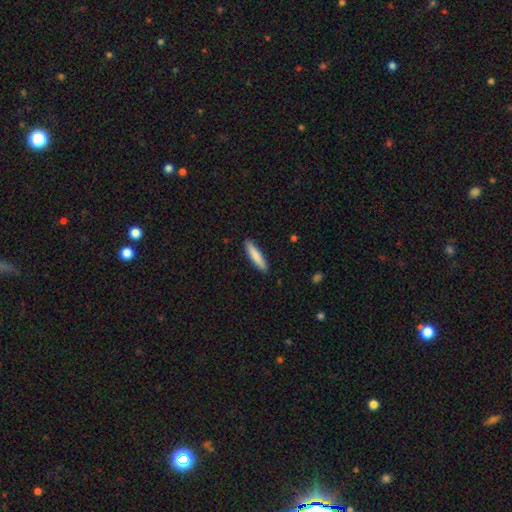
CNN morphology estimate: Smooth or featured: smooth — 83% (featured or disk — 12%)
How rounded: cigar-shaped — 87% (in between — 12%)
Merging: none — 90% (minor disturbance — 7%)